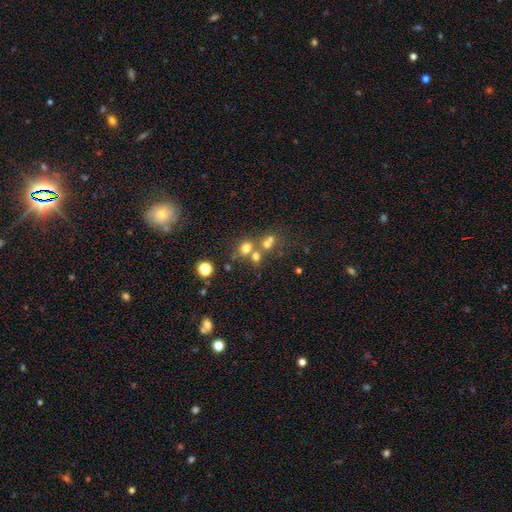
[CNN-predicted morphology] smooth-or-featured: smooth: 58% | star or artifact: 25% | featured or disk: 17%
  how-rounded: round: 77% | in between: 22% | cigar-shaped: 1%
  merging: none: 45% | merger: 42% | minor disturbance: 8% | major disturbance: 5%